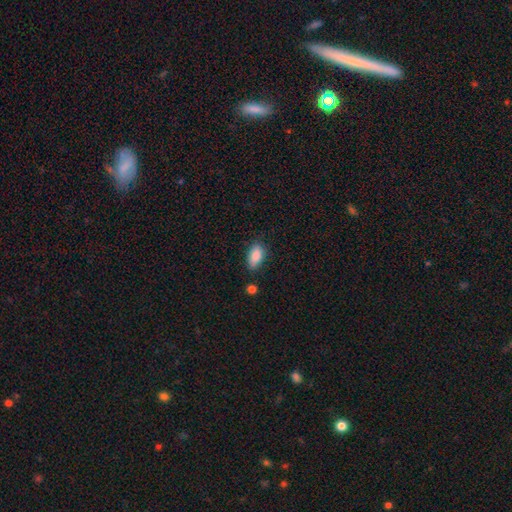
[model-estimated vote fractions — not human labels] The model was most divided on "merging": none: 75%, minor disturbance: 18%, major disturbance: 4%, merger: 3%. More confident: how rounded — in between (92%); smooth or featured — smooth (88%).